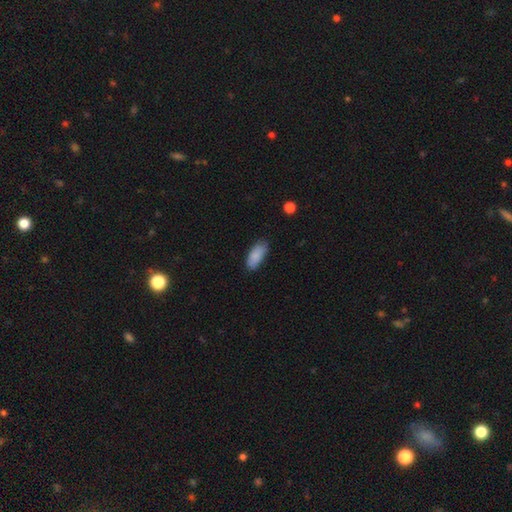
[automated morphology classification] A smooth galaxy with no disk features (87%) that is in between round and cigar-shaped (85%). Merging: none (75%).